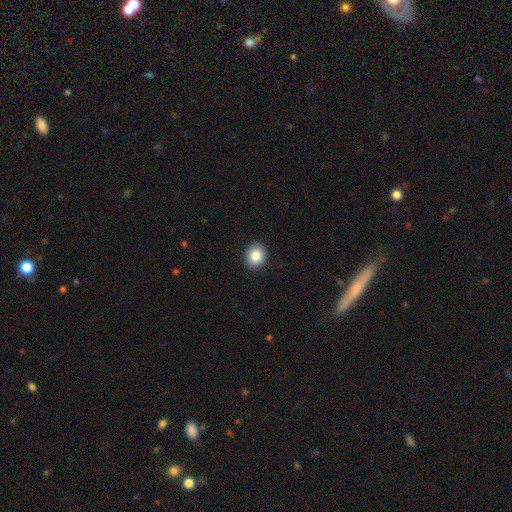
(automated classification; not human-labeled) Smooth or featured: smooth — 86% (star or artifact — 9%)
How rounded: round — 68% (in between — 31%)
Merging: none — 91% (minor disturbance — 6%)